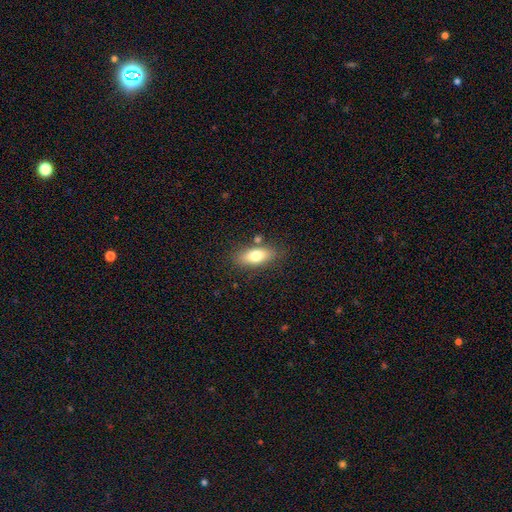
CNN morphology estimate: The model was most divided on "smooth or featured": smooth: 74%, featured or disk: 18%, star or artifact: 7%. More confident: how rounded — in between (79%); merging — none (78%).